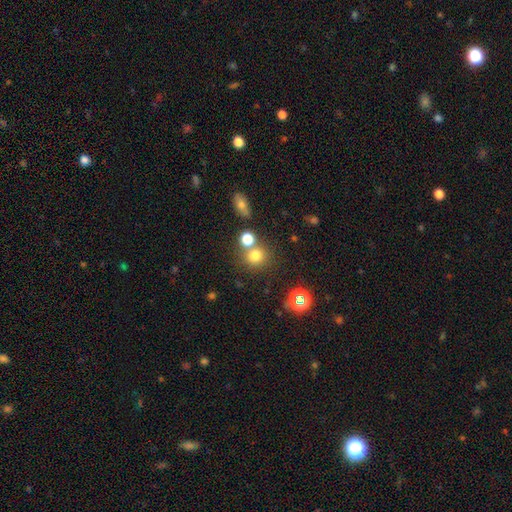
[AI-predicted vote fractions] smooth-or-featured: smooth: 74% | star or artifact: 17% | featured or disk: 8%
  how-rounded: round: 84% | in between: 15% | cigar-shaped: 1%
  merging: none: 64% | merger: 22% | minor disturbance: 9% | major disturbance: 4%